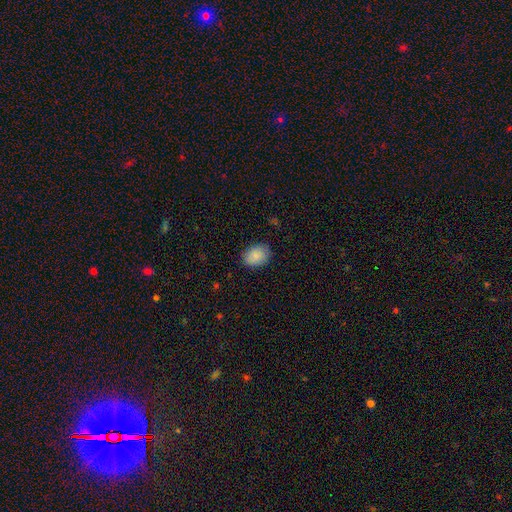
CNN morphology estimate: Smooth or featured? Predicted: smooth (p=0.87). How rounded? Predicted: in between (p=0.68). Merging? Predicted: none (p=0.84).